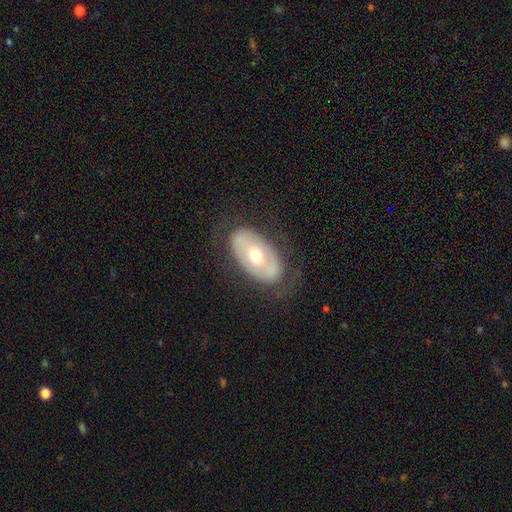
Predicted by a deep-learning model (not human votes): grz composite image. It shows a featured or disk galaxy (55%). Merging: none (75%).